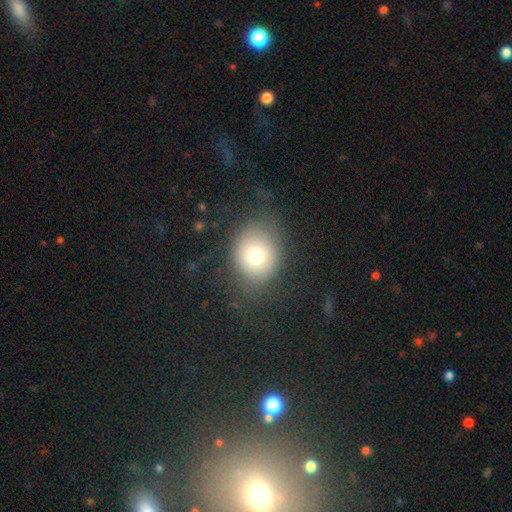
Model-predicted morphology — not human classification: The model was most divided on "how rounded": round: 65%, in between: 35%, cigar-shaped: 1%. More confident: merging — none (74%); smooth or featured — smooth (73%).